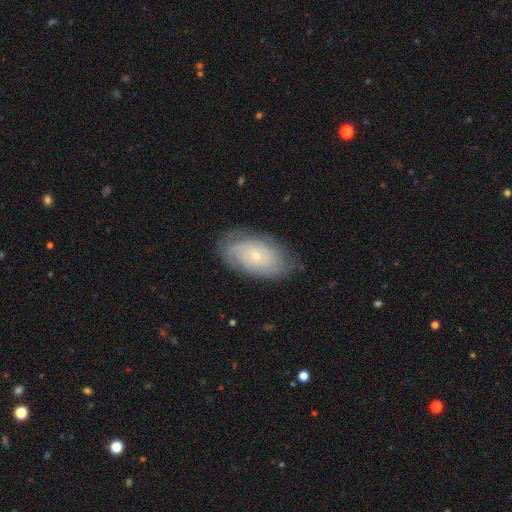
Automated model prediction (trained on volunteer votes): Smooth or featured: featured or disk — 60% (smooth — 32%)
Edge-on disk: no — 94% (yes — 6%)
Bar: no — 82% (weak — 16%)
Spiral arms: yes — 83% (no — 17%)
Bulge size: small — 76% (moderate — 20%)
Merging: none — 75% (minor disturbance — 18%)